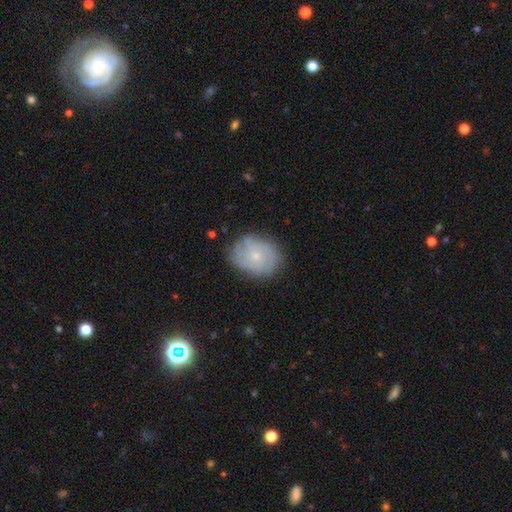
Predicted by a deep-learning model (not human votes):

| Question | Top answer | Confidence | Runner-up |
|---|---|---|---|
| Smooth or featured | featured or disk | 61% | smooth (30%) |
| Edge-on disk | no | 97% | yes (3%) |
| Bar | no | 82% | weak (16%) |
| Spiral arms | yes | 85% | no (15%) |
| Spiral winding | tight | 57% | medium (31%) |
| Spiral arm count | can't tell | 43% | 3 (18%) |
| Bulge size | small | 75% | moderate (20%) |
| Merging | none | 76% | minor disturbance (17%) |